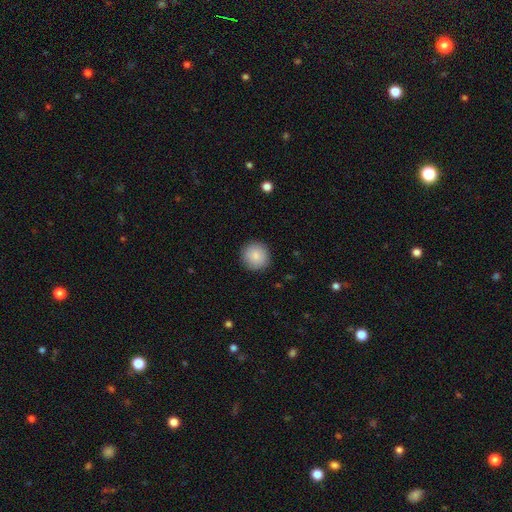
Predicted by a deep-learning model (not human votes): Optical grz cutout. It shows a smooth galaxy with no disk features (87%) that is round (95%). Merging: none (91%).